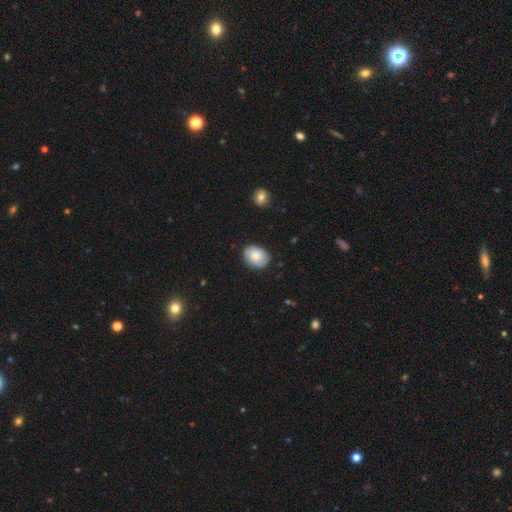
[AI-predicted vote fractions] Q: Smooth or featured?
A: smooth (78%); runner-up: featured or disk (15%)
Q: How rounded?
A: in between (72%); runner-up: round (27%)
Q: Merging?
A: none (81%); runner-up: minor disturbance (15%)